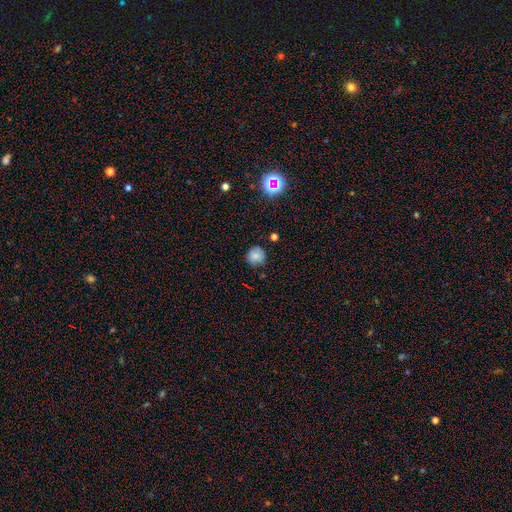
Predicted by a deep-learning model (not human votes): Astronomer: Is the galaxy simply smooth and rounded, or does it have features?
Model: smooth — 74%.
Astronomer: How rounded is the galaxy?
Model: round — 89%.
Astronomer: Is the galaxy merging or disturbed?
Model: none — 78%.